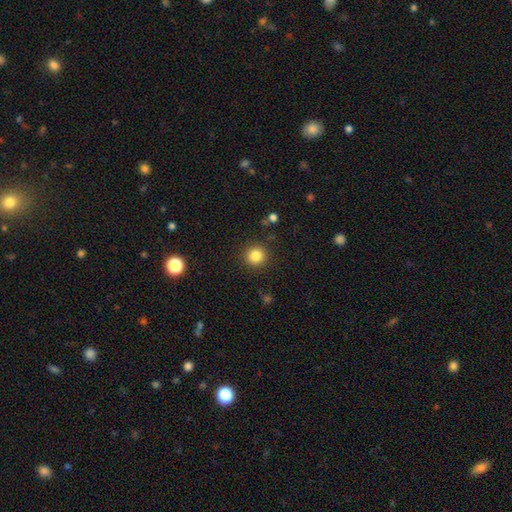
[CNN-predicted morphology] smooth 84%, star or artifact 11%, featured or disk 5%. Down the decision tree: how rounded — round (93%); merging — none (90%).